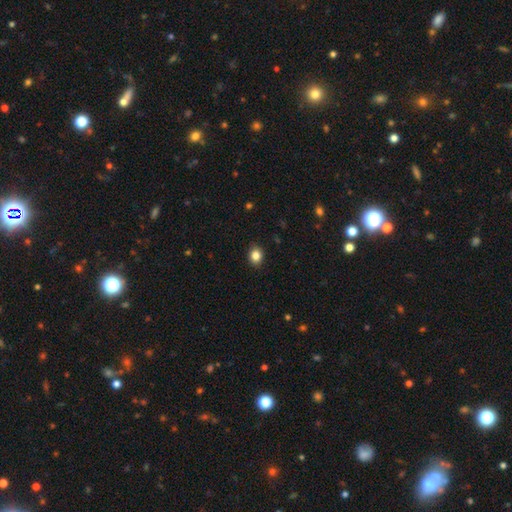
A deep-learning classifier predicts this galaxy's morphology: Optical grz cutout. It shows a smooth galaxy with no disk features (85%) that is round (59%). Merging: none (90%).